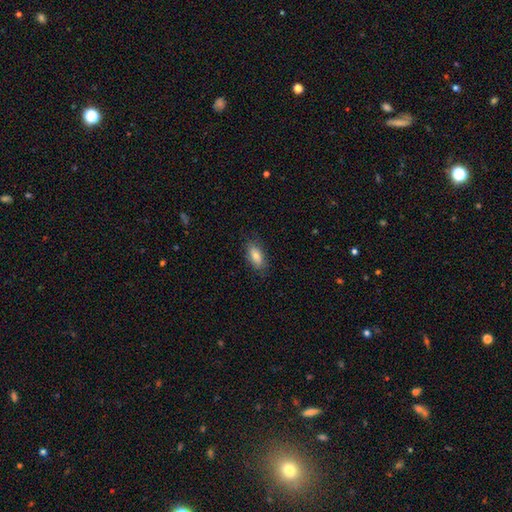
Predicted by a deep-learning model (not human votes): smooth-or-featured: smooth: 78% | featured or disk: 14% | star or artifact: 7%
  how-rounded: in between: 86% | cigar-shaped: 10% | round: 4%
  merging: none: 82% | minor disturbance: 14% | major disturbance: 3% | merger: 1%